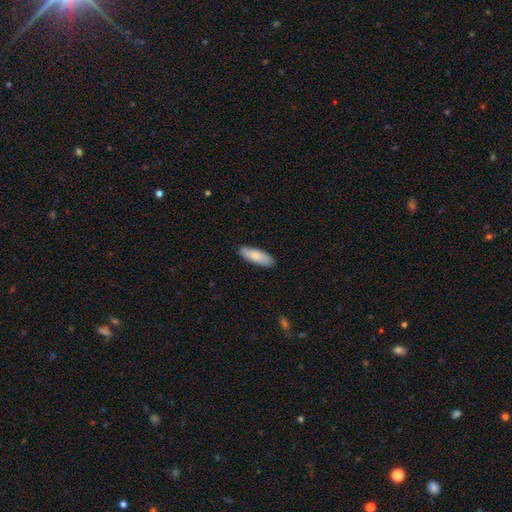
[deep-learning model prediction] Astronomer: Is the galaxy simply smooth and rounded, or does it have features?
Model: smooth — 84%.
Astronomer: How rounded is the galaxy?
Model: in between — 57% (runner-up: cigar-shaped, 42%).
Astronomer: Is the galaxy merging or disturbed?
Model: none — 87%.